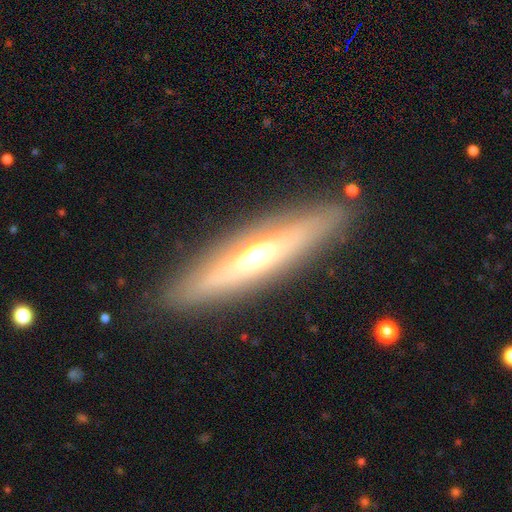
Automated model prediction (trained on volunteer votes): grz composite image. It shows a featured or disk galaxy (56%) viewed edge-on (79%). Merging: none (86%).